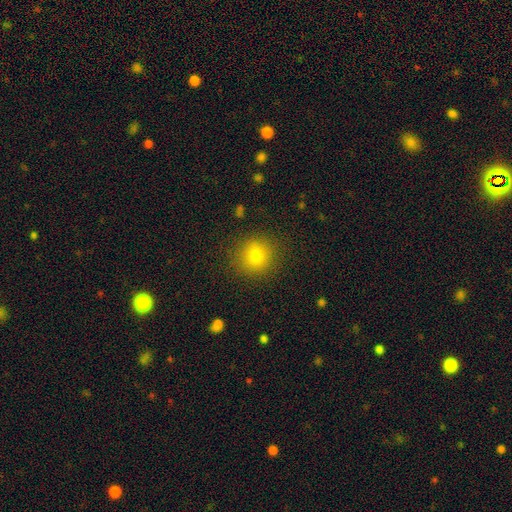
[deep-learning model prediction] A smooth galaxy with no disk features (78%) that is round (90%). Merging: none (88%).